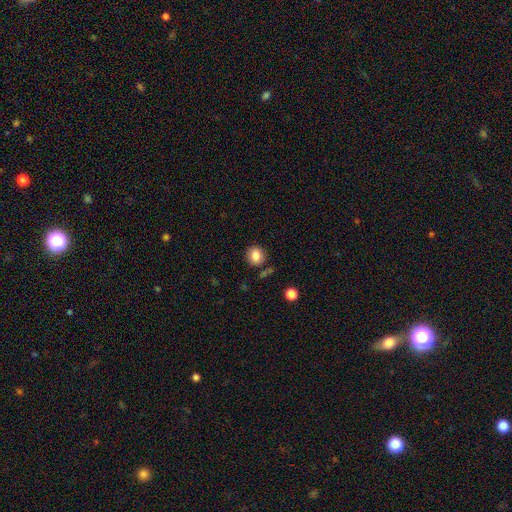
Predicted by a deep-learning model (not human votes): Morphology: type=smooth (84%); roundness=round (86%); merging=none (84%).